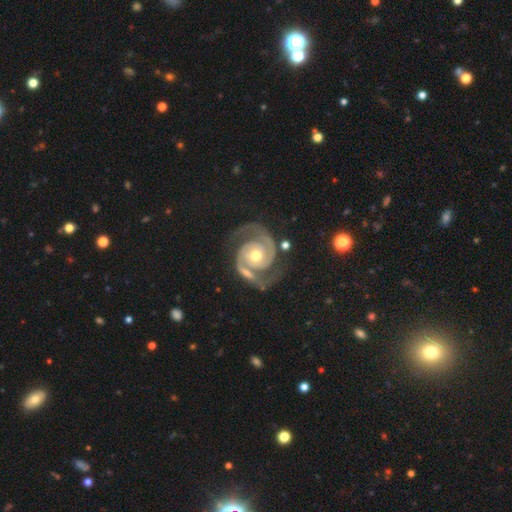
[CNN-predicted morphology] A featured or disk galaxy (93%) with no bar (72%), 2 (93%) tight (54%) spiral arms (99%) and a moderate central bulge (69%).

Vote fractions:
- Smooth or featured? featured or disk: 93% / star or artifact: 4% / smooth: 3%
- Edge-on disk? no: 98% / yes: 2%
- Bar? no: 72% / weak: 20% / strong: 8%
- Spiral arms? yes: 99% / no: 1%
- Spiral winding? tight: 54% / medium: 40% / loose: 6%
- Spiral arm count? 2: 93% / 3: 2% / can't tell: 1% / 1: 1% / 4: 1% / more than 4: 1%
- Bulge size? moderate: 69% / small: 25% / large: 4% / none: 1% / dominant: 1%
- Merging? none: 71% / minor disturbance: 15% / merger: 8% / major disturbance: 6%